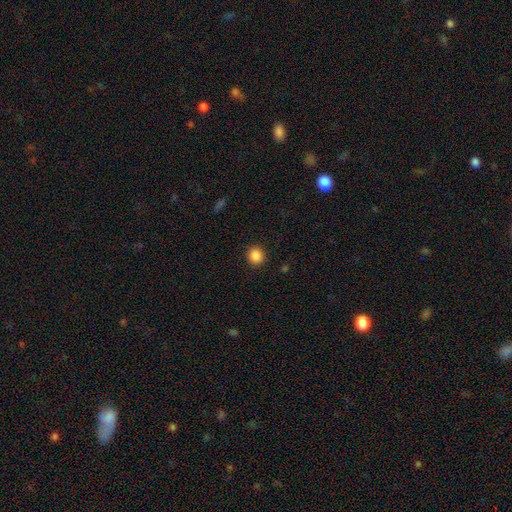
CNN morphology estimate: type=smooth (87%); roundness=round (84%); merging=none (91%).